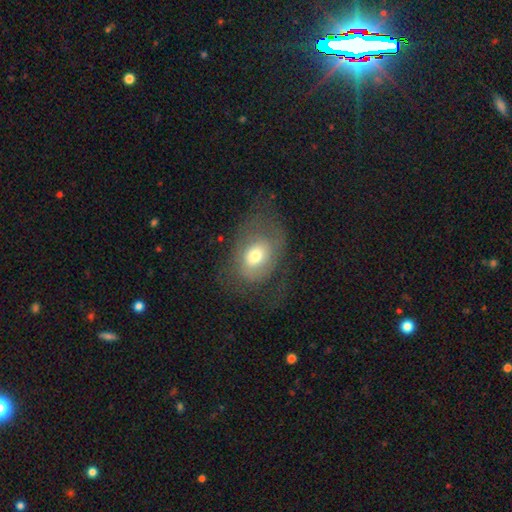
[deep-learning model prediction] A smooth galaxy with no disk features (54%) that is in between round and cigar-shaped (75%).

Vote fractions:
- Smooth or featured? smooth: 54% / featured or disk: 36% / star or artifact: 9%
- How rounded? in between: 75% / round: 24% / cigar-shaped: 1%
- Merging? none: 51% / major disturbance: 25% / minor disturbance: 23% / merger: 2%